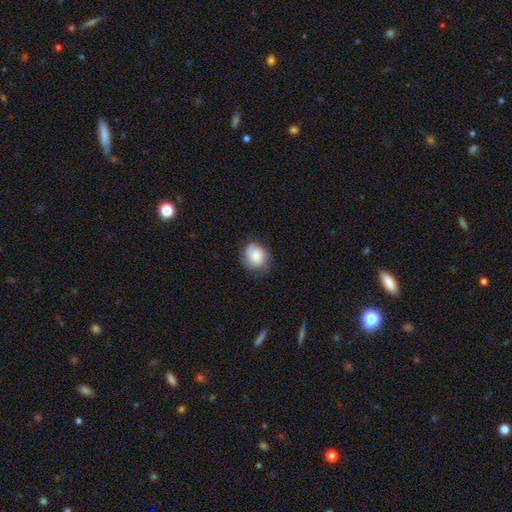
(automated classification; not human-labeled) Smooth or featured?
  - smooth: 69% *
  - featured or disk: 23%
  - star or artifact: 8%
How rounded?
  - round: 65% *
  - in between: 34%
  - cigar-shaped: 1%
Merging?
  - none: 66% *
  - minor disturbance: 25%
  - major disturbance: 8%
  - merger: 1%